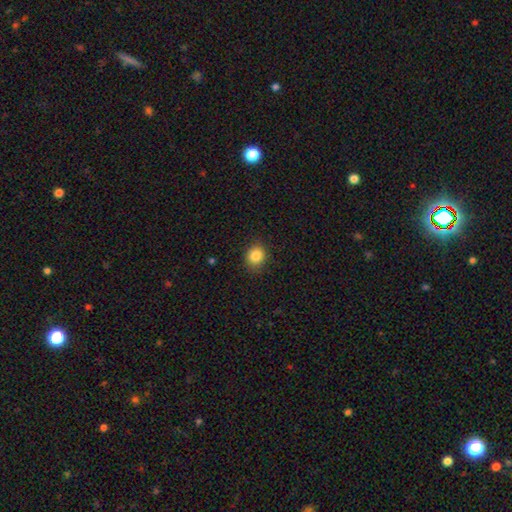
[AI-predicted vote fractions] Morphology: type=smooth (85%); roundness=round (71%); merging=none (87%).